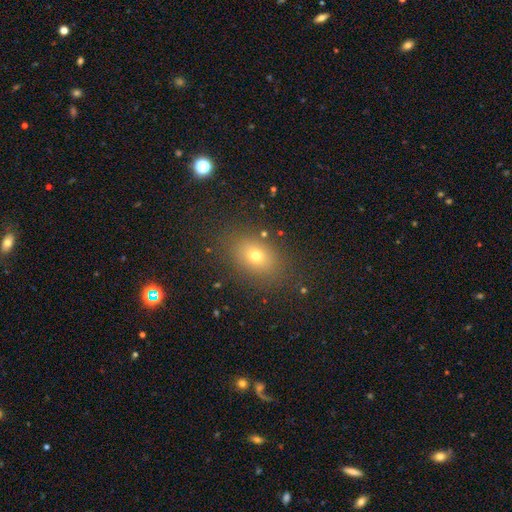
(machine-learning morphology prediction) Q: Smooth or featured?
A: smooth (69%); runner-up: star or artifact (18%)
Q: How rounded?
A: in between (69%); runner-up: round (29%)
Q: Merging?
A: none (84%); runner-up: minor disturbance (10%)